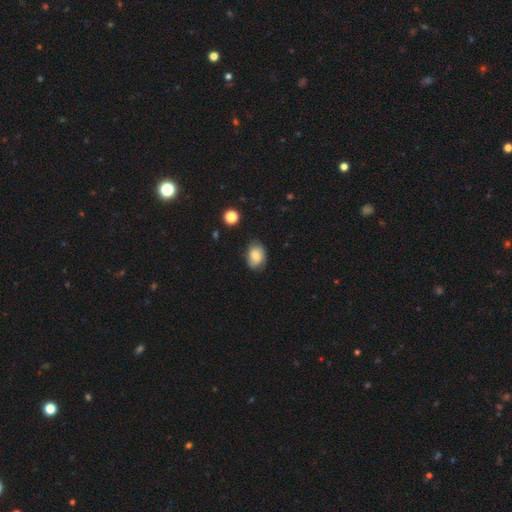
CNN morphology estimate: Smooth or featured? smooth (73%)
How rounded? in between (73%)
Merging? none (67%)